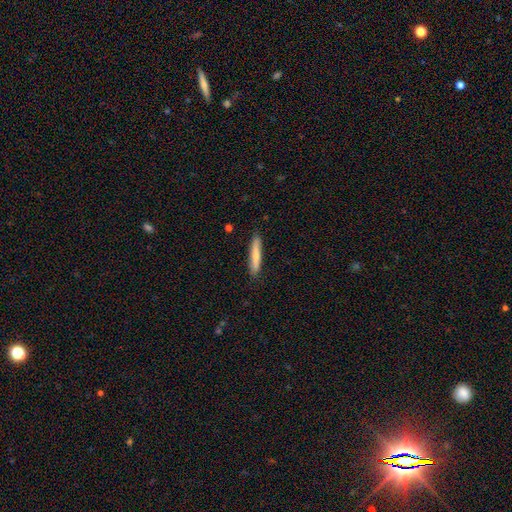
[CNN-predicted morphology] type=smooth (74%); roundness=cigar-shaped (92%); merging=none (88%).